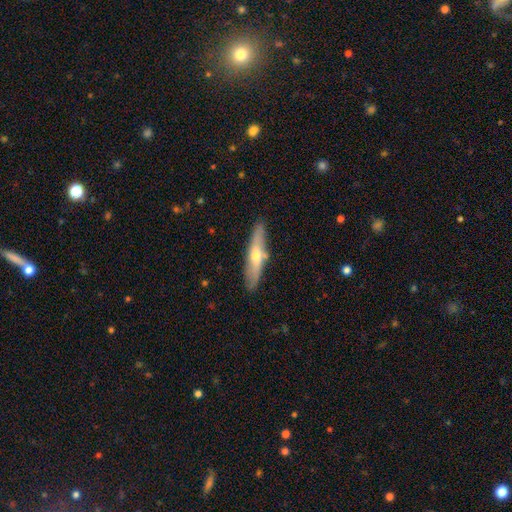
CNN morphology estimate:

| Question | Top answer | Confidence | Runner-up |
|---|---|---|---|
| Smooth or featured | featured or disk | 56% | smooth (37%) |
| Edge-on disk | yes | 79% | no (21%) |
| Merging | none | 86% | minor disturbance (10%) |